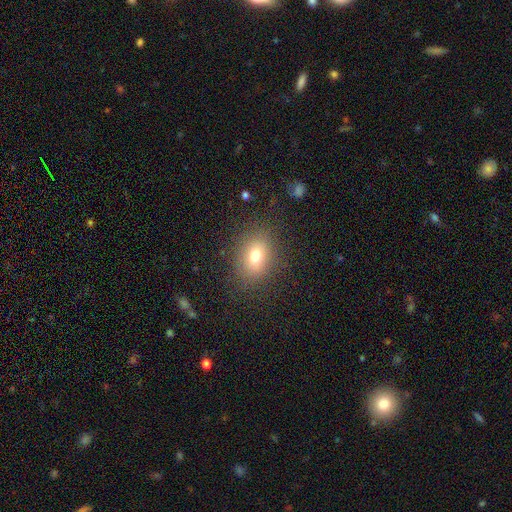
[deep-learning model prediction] A smooth galaxy with no disk features (75%) that is in between round and cigar-shaped (59%). Merging: none (84%).